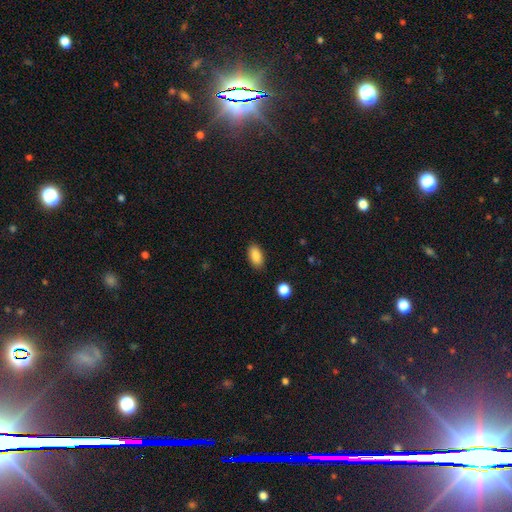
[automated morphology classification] Overall: smooth (88%). How rounded: in between (92%). Merging: none (87%).